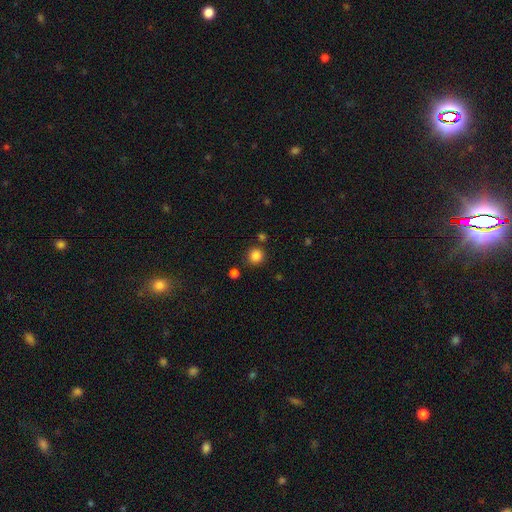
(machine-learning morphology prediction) smooth-or-featured: smooth: 84% | star or artifact: 11% | featured or disk: 4%
  how-rounded: round: 93% | in between: 7% | cigar-shaped: 1%
  merging: none: 84% | minor disturbance: 8% | merger: 6% | major disturbance: 3%